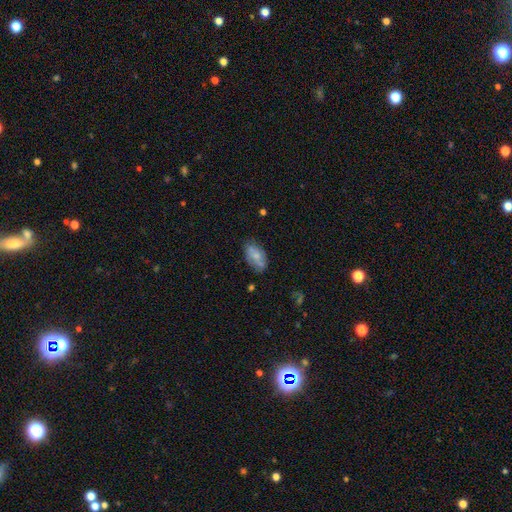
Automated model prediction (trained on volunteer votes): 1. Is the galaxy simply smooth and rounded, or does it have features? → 70% smooth, 23% featured or disk, 7% star or artifact.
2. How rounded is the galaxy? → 92% in between, 5% cigar-shaped, 4% round.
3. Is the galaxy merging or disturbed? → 64% none, 25% minor disturbance, 7% major disturbance, 4% merger.